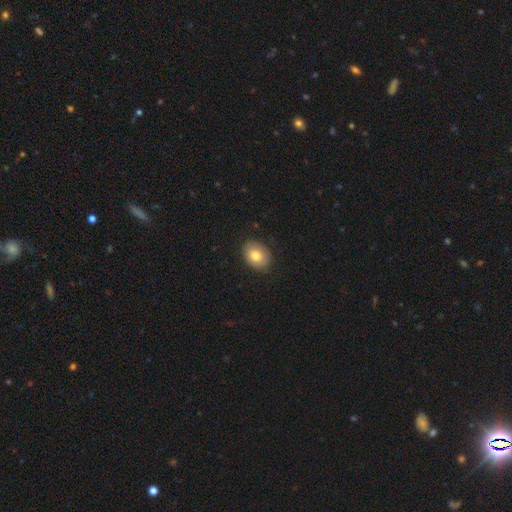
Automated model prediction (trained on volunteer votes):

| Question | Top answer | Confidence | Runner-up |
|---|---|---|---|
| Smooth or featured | smooth | 81% | featured or disk (11%) |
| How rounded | in between | 66% | round (33%) |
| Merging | none | 86% | minor disturbance (11%) |